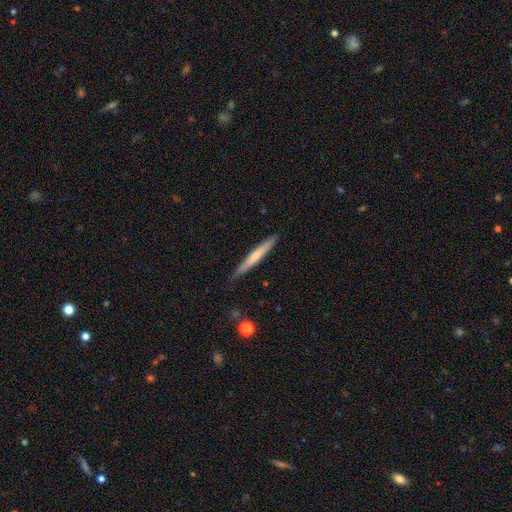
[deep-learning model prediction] This is possibly a smooth galaxy (58%). How rounded: clearly cigar-shaped (96%). Merging: clearly none (85%).